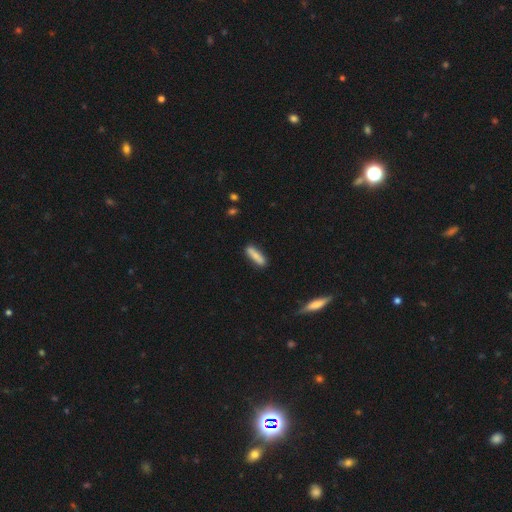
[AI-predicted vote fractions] Smooth or featured?
  - smooth: 81% *
  - featured or disk: 13%
  - star or artifact: 7%
How rounded?
  - cigar-shaped: 74% *
  - in between: 24%
  - round: 2%
Merging?
  - none: 84% *
  - minor disturbance: 12%
  - merger: 2%
  - major disturbance: 2%